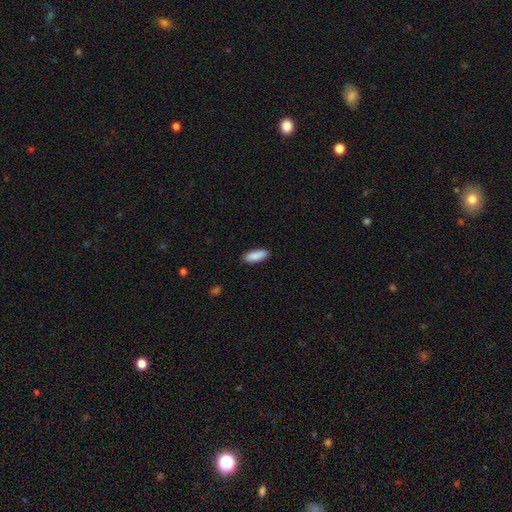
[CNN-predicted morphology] Smooth or featured? smooth (90%)
How rounded? in between (72%)
Merging? none (87%)